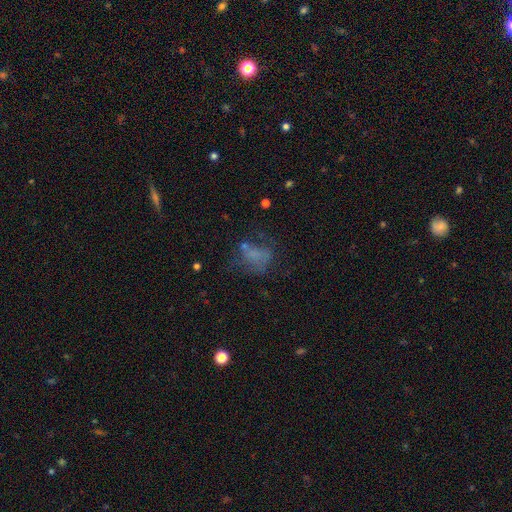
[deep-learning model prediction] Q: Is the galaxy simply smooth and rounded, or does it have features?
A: smooth — 48%.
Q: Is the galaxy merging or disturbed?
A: none — 40%.